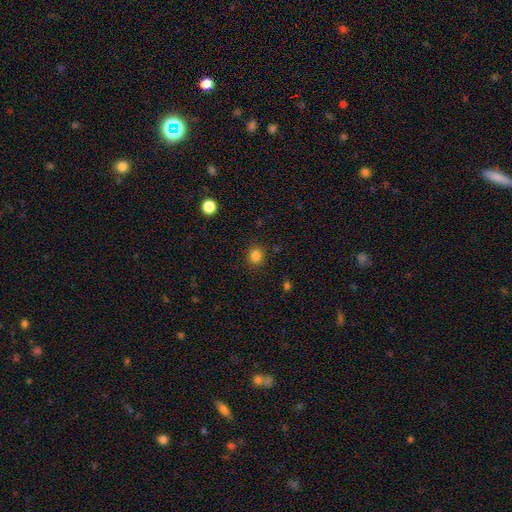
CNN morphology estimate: Smooth or featured? smooth (83%)
How rounded? round (80%)
Merging? none (89%)